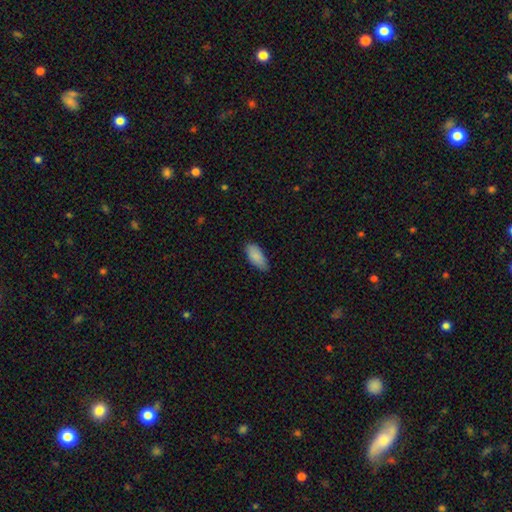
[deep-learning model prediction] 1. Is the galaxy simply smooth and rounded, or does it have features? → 88% smooth, 6% star or artifact, 6% featured or disk.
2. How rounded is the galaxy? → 88% in between, 10% cigar-shaped, 2% round.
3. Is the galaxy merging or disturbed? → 77% none, 20% minor disturbance, 3% major disturbance, 1% merger.